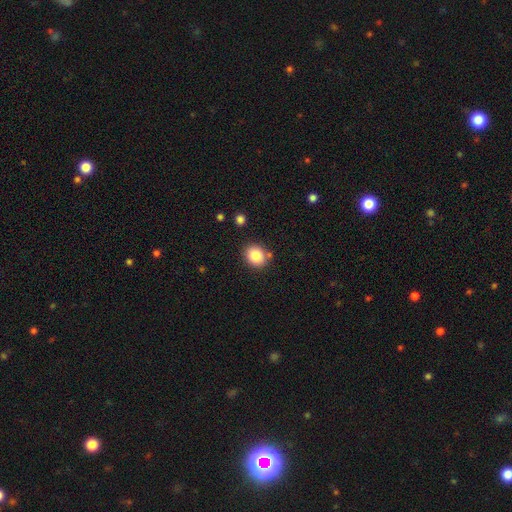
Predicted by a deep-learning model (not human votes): smooth_or_featured: smooth (p=0.84) [alt: star or artifact p=0.09]
how_rounded: round (p=0.65) [alt: in between p=0.34]
merging: none (p=0.81) [alt: minor disturbance p=0.10]